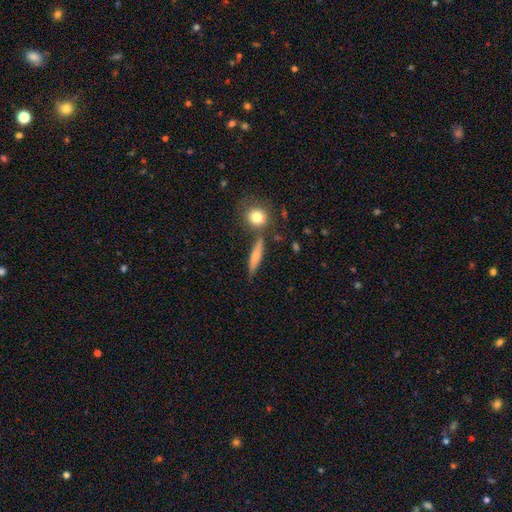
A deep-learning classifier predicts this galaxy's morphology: Q: Smooth or featured?
A: smooth (70%); runner-up: featured or disk (22%)
Q: How rounded?
A: cigar-shaped (78%); runner-up: in between (16%)
Q: Merging?
A: none (74%); runner-up: minor disturbance (13%)